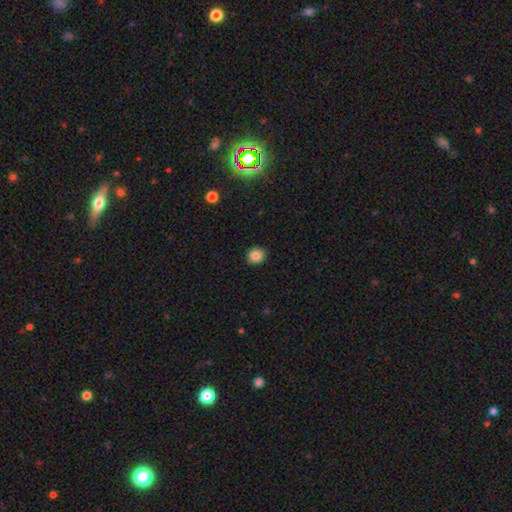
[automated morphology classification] A smooth galaxy with no disk features (86%) that is round (85%). Merging: none (91%).